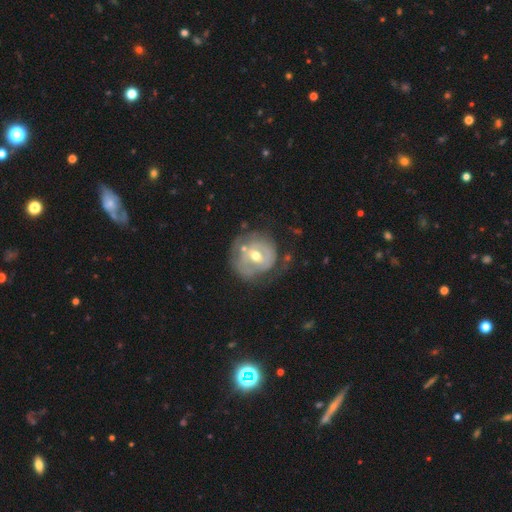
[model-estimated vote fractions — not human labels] A featured or disk galaxy (69%) with a weak bar (44%), spiral arms (58%) and a moderate central bulge (71%). Merging: none (58%).